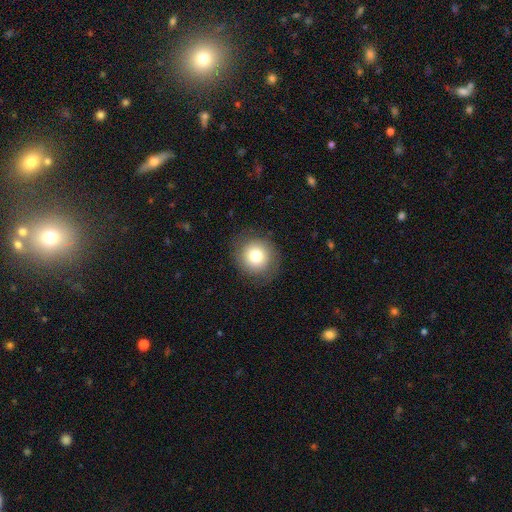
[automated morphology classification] Smooth or featured? smooth (76%)
How rounded? round (90%)
Merging? none (84%)